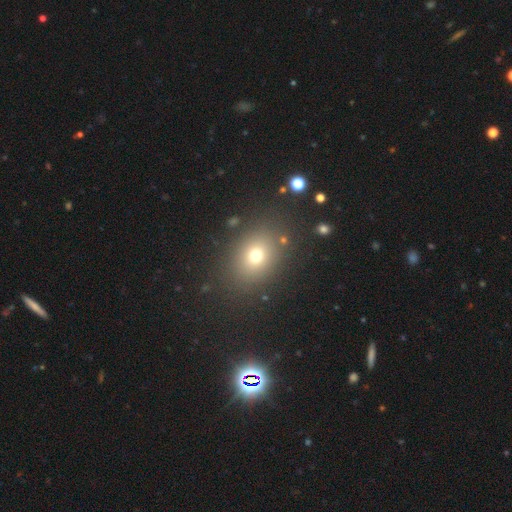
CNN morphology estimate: A smooth galaxy with no disk features (71%) that is in between round and cigar-shaped (53%). Merging: none (84%).